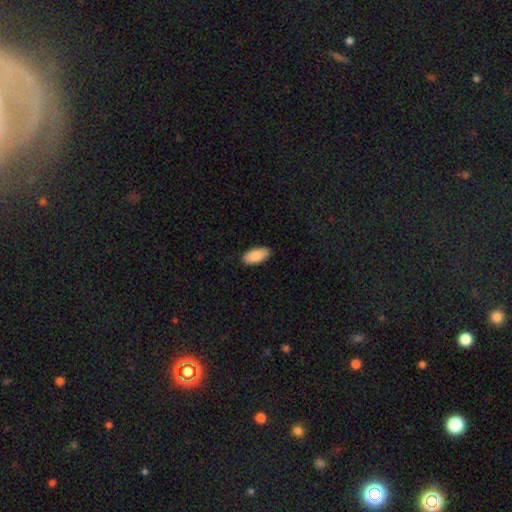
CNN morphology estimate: type=smooth (89%); roundness=in between (91%); merging=none (90%).